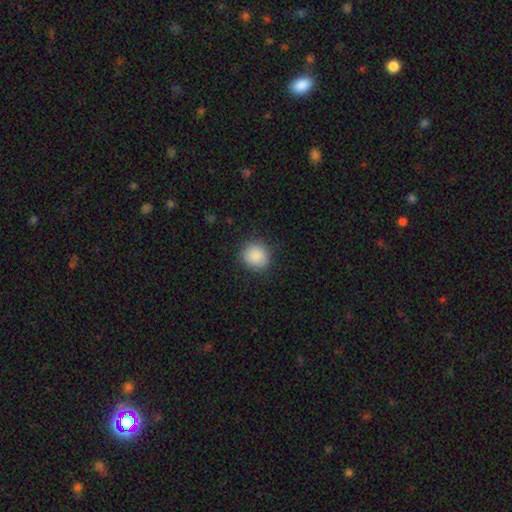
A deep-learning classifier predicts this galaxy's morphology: This is clearly a smooth galaxy (89%). How rounded: clearly round (87%). Merging: clearly none (88%).